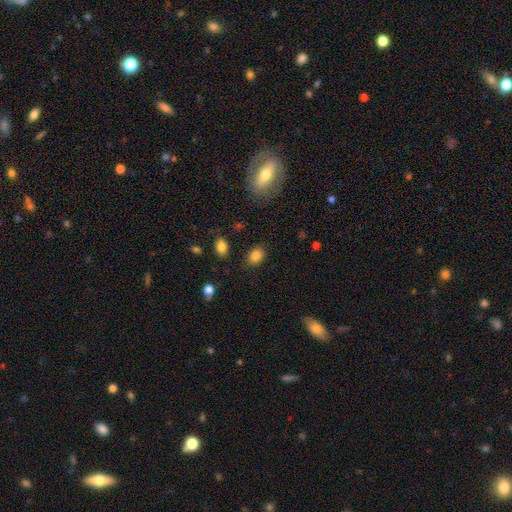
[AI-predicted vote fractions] A smooth galaxy with no disk features (85%) that is in between round and cigar-shaped (70%).

Vote fractions:
- Smooth or featured? smooth: 85% / star or artifact: 10% / featured or disk: 6%
- How rounded? in between: 70% / round: 29% / cigar-shaped: 1%
- Merging? none: 84% / minor disturbance: 11% / major disturbance: 3% / merger: 2%